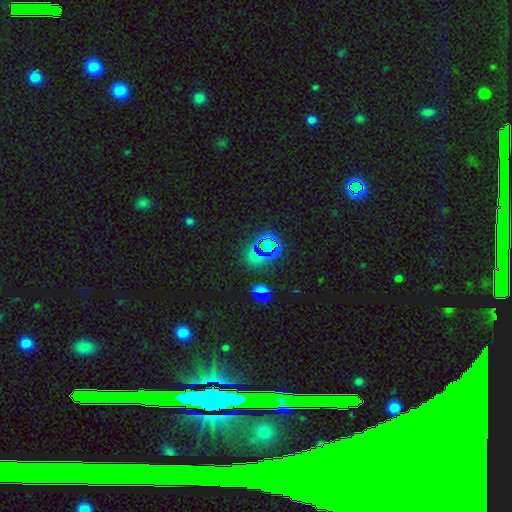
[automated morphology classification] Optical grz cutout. It shows a star or artifact, not a galaxy (63%).